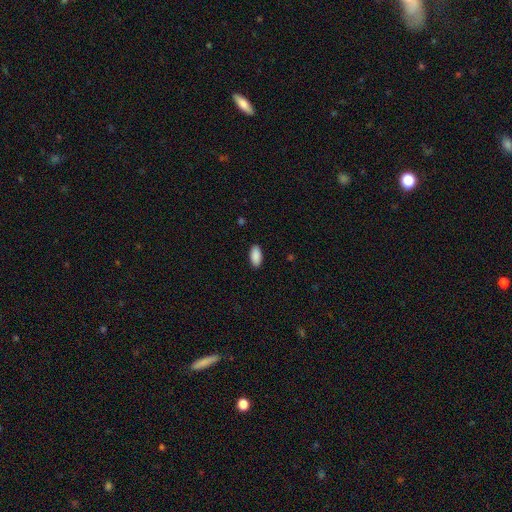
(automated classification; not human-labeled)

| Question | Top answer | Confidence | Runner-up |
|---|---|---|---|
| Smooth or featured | smooth | 90% | star or artifact (7%) |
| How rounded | in between | 93% | cigar-shaped (5%) |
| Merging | none | 89% | minor disturbance (8%) |